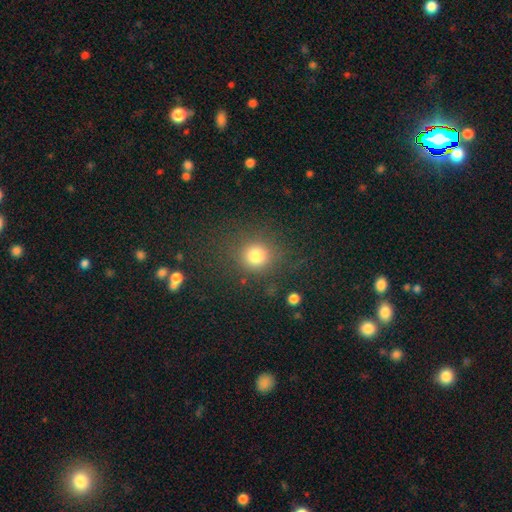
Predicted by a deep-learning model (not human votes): Smooth or featured?
  - smooth: 80% *
  - star or artifact: 14%
  - featured or disk: 6%
How rounded?
  - round: 88% *
  - in between: 11%
  - cigar-shaped: 1%
Merging?
  - none: 80% *
  - minor disturbance: 11%
  - major disturbance: 7%
  - merger: 3%